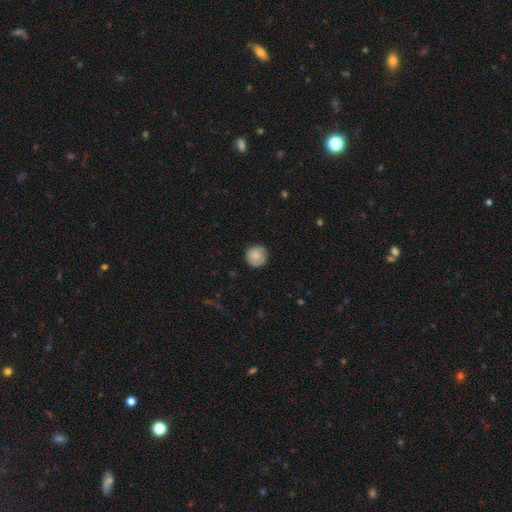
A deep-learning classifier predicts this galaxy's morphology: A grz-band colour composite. It shows a smooth galaxy with no disk features (77%) that is round (93%). Merging: none (83%).